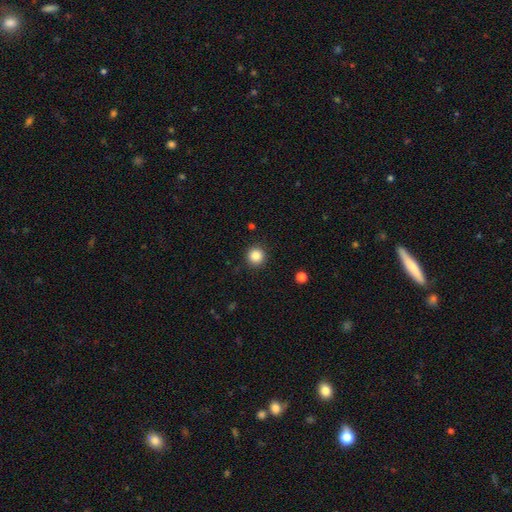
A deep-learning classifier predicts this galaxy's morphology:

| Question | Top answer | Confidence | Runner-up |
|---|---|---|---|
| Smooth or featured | smooth | 86% | star or artifact (10%) |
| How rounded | round | 95% | in between (4%) |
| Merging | none | 92% | minor disturbance (5%) |